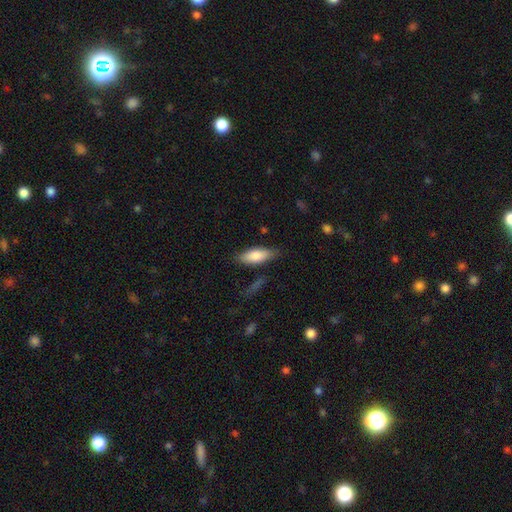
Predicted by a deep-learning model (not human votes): Q: Smooth or featured?
A: smooth (80%); runner-up: featured or disk (15%)
Q: How rounded?
A: in between (69%); runner-up: cigar-shaped (29%)
Q: Merging?
A: none (80%); runner-up: minor disturbance (14%)